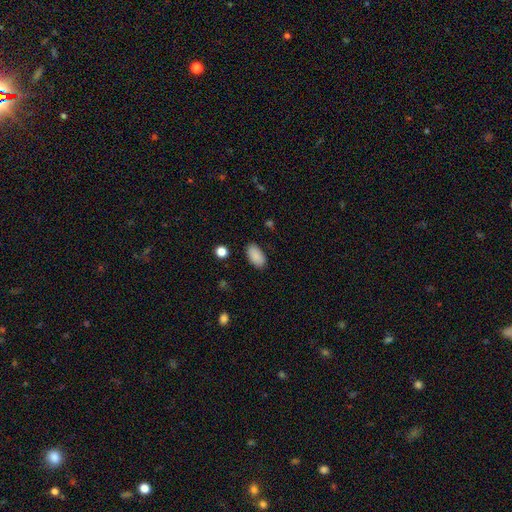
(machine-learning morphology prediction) A smooth galaxy with no disk features (88%) that is in between round and cigar-shaped (94%).

Vote fractions:
- Smooth or featured? smooth: 88% / star or artifact: 7% / featured or disk: 4%
- How rounded? in between: 94% / round: 4% / cigar-shaped: 2%
- Merging? none: 86% / minor disturbance: 10% / major disturbance: 3% / merger: 1%